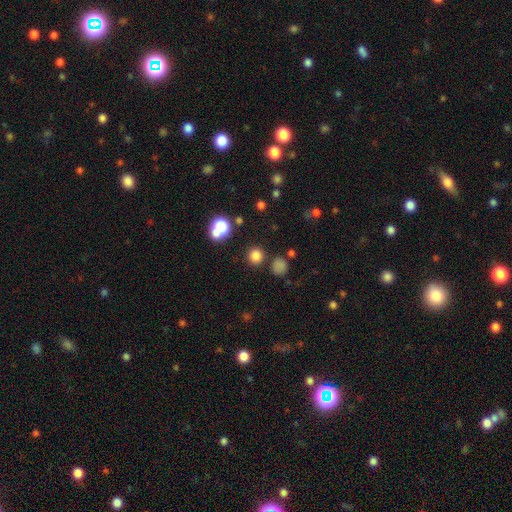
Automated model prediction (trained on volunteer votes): smooth 78%, star or artifact 17%, featured or disk 4%. Down the decision tree: how rounded — round (92%); merging — none (84%).